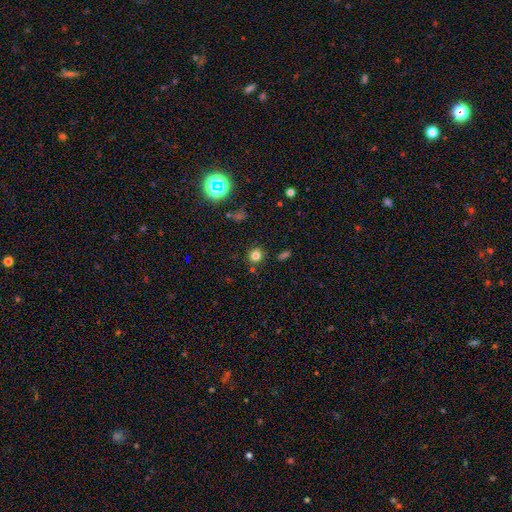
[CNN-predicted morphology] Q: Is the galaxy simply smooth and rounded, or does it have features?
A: smooth — 78%.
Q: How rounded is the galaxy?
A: round — 89%.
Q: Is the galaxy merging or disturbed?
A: none — 85%.